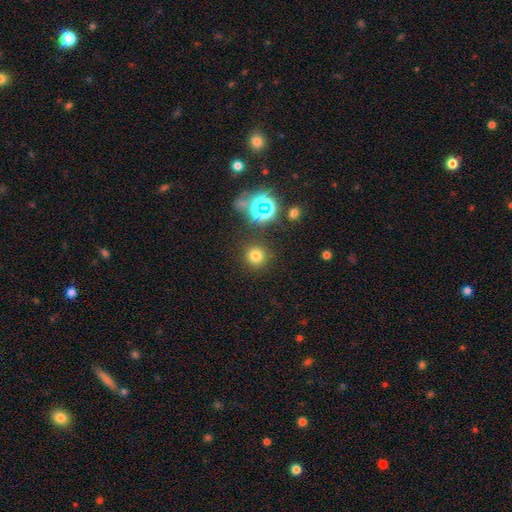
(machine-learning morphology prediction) Smooth or featured? smooth (72%)
How rounded? round (94%)
Merging? none (87%)